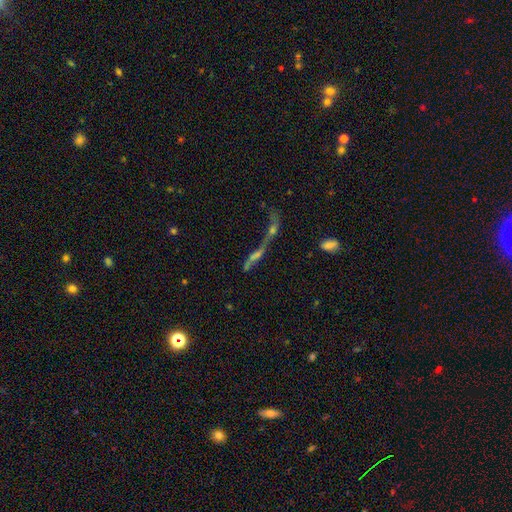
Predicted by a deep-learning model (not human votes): Smooth or featured?
  - featured or disk: 51% *
  - smooth: 27%
  - star or artifact: 22%
Edge-on disk?
  - no: 58% *
  - yes: 42%
Merging?
  - merger: 62% *
  - none: 16%
  - major disturbance: 15%
  - minor disturbance: 7%